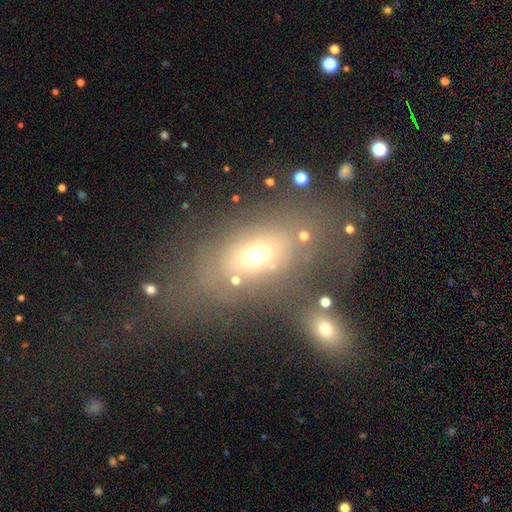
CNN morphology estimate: A smooth galaxy with no disk features (56%) that is in between round and cigar-shaped (78%).

Vote fractions:
- Smooth or featured? smooth: 56% / featured or disk: 27% / star or artifact: 17%
- How rounded? in between: 78% / round: 16% / cigar-shaped: 6%
- Merging? none: 48% / major disturbance: 19% / minor disturbance: 17% / merger: 16%